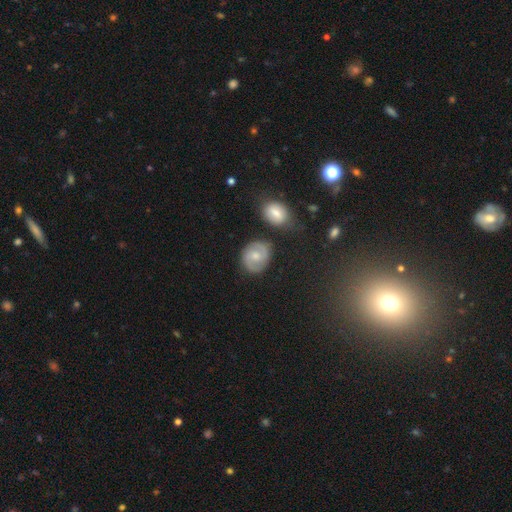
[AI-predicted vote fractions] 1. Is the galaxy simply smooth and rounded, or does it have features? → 63% featured or disk, 29% smooth, 8% star or artifact.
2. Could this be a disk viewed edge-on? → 97% no, 3% yes.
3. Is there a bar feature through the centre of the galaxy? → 50% no, 42% weak, 7% strong.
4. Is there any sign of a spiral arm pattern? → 89% yes, 11% no.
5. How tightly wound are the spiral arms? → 46% medium, 40% tight, 14% loose.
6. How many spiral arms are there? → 87% 2, 7% can't tell, 2% 1, 2% 3, 1% 4, 1% more than 4.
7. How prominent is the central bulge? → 57% moderate, 35% small, 4% none, 3% large, 1% dominant.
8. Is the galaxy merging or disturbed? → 77% none, 14% minor disturbance, 5% merger, 4% major disturbance.